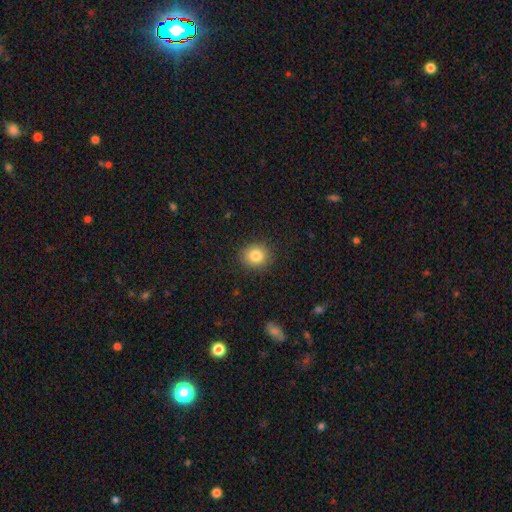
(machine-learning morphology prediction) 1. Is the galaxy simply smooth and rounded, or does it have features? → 83% smooth, 10% star or artifact, 7% featured or disk.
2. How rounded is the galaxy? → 80% round, 19% in between, 1% cigar-shaped.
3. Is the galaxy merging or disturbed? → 89% none, 7% minor disturbance, 2% major disturbance, 1% merger.